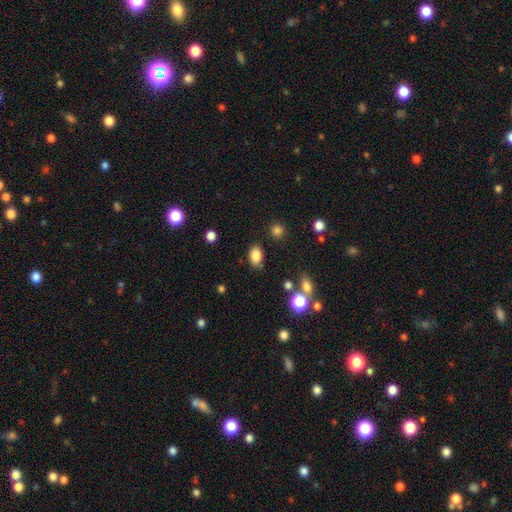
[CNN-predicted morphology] A smooth galaxy with no disk features (84%) that is in between round and cigar-shaped (82%).

Vote fractions:
- Smooth or featured? smooth: 84% / star or artifact: 10% / featured or disk: 6%
- How rounded? in between: 82% / round: 17% / cigar-shaped: 1%
- Merging? none: 80% / minor disturbance: 14% / major disturbance: 4% / merger: 3%